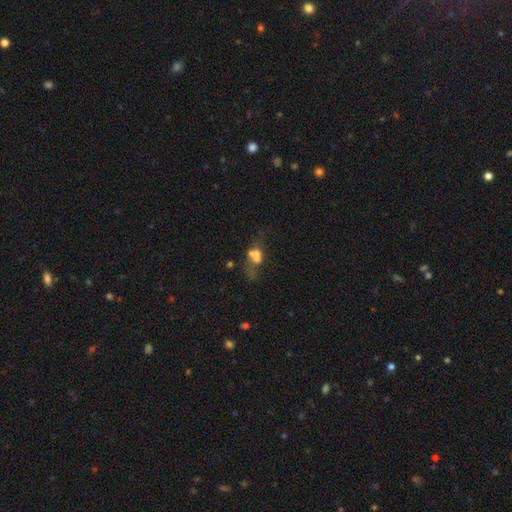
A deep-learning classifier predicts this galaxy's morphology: smooth_or_featured: smooth (p=0.51) [alt: featured or disk p=0.32]
how_rounded: in between (p=0.73) [alt: round p=0.18]
merging: merger (p=0.34) [alt: none p=0.28]